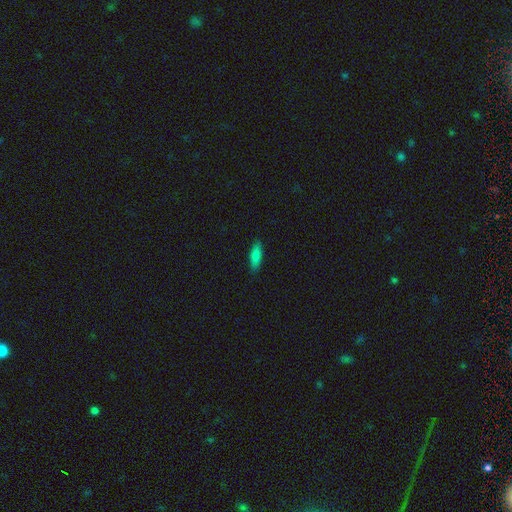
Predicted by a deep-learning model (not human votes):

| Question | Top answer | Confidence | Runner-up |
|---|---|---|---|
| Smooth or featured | smooth | 83% | featured or disk (10%) |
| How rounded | in between | 49% | tied: cigar-shaped (49%) |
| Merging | none | 87% | minor disturbance (10%) |